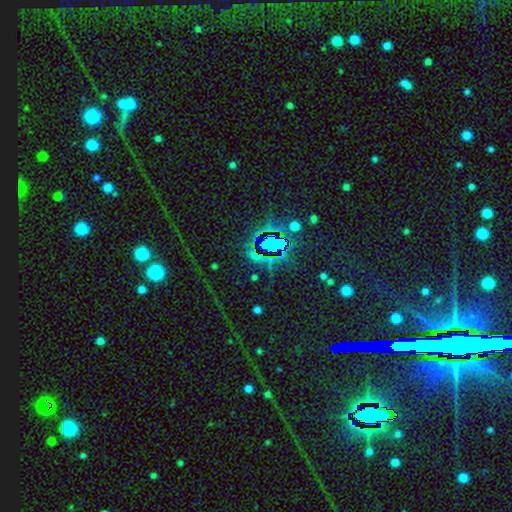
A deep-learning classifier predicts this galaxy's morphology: Smooth or featured? star or artifact (73%)